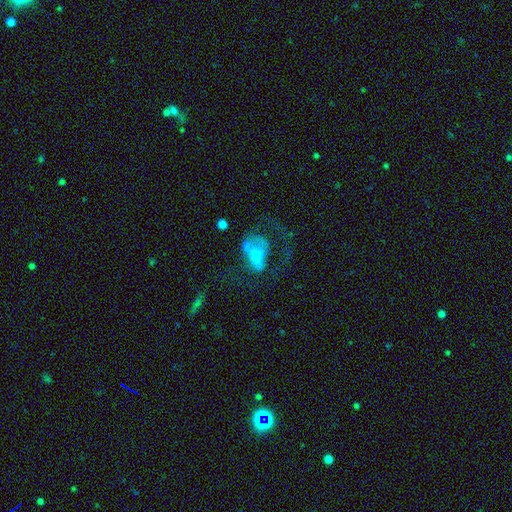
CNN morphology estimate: Smooth or featured? Predicted: featured or disk (p=0.48). Merging? Predicted: major disturbance (p=0.41).